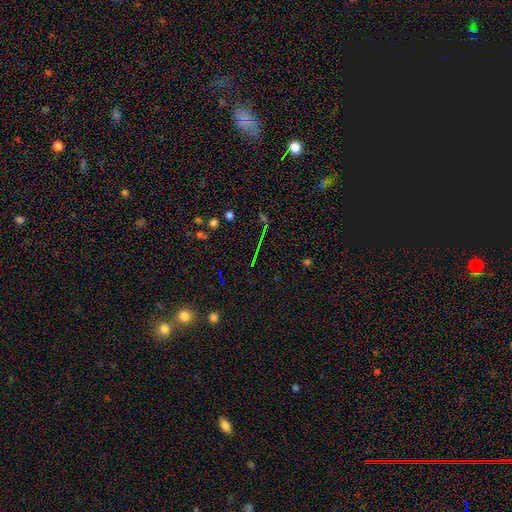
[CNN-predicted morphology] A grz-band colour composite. It shows a star or artifact, not a galaxy (69%).